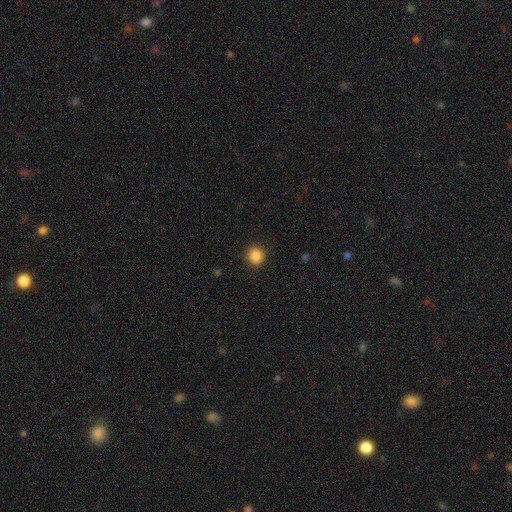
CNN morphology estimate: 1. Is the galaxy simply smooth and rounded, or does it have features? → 87% smooth, 10% star or artifact, 3% featured or disk.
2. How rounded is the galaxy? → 88% round, 11% in between, 1% cigar-shaped.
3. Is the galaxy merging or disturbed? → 90% none, 7% minor disturbance, 2% major disturbance, 1% merger.